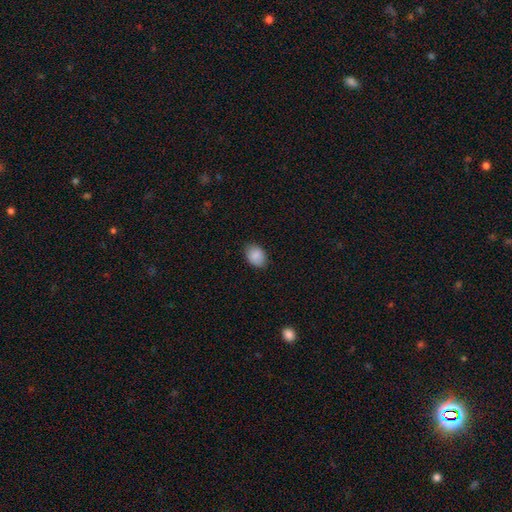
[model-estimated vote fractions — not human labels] A smooth galaxy with no disk features (88%) that is in between round and cigar-shaped (76%). Merging: none (82%).